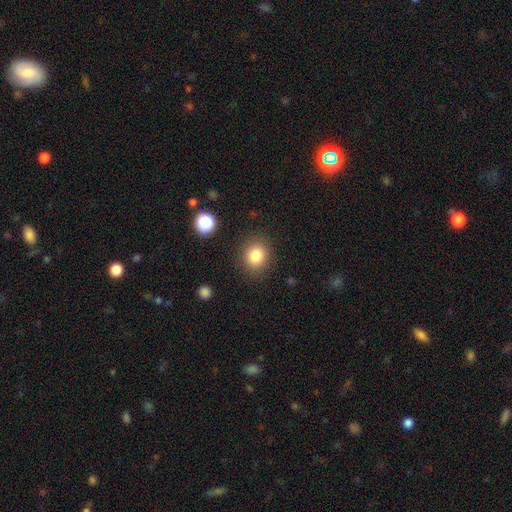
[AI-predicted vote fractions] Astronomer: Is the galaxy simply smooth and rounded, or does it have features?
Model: smooth — 82%.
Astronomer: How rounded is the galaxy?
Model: round — 77%.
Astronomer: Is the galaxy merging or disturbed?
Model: none — 87%.